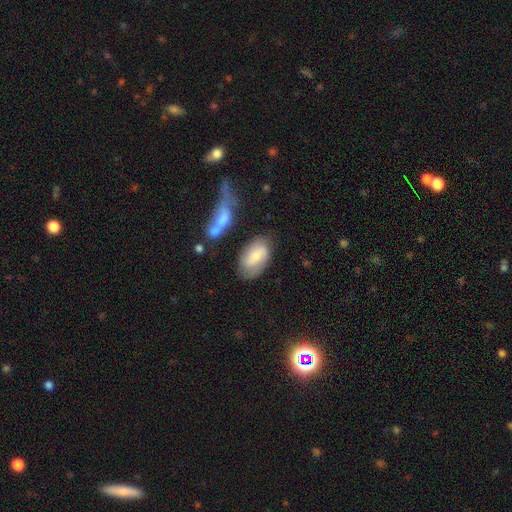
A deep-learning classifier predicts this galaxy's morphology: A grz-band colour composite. It shows a smooth galaxy with no disk features (61%) that is in between round and cigar-shaped (92%). Merging: none (65%).